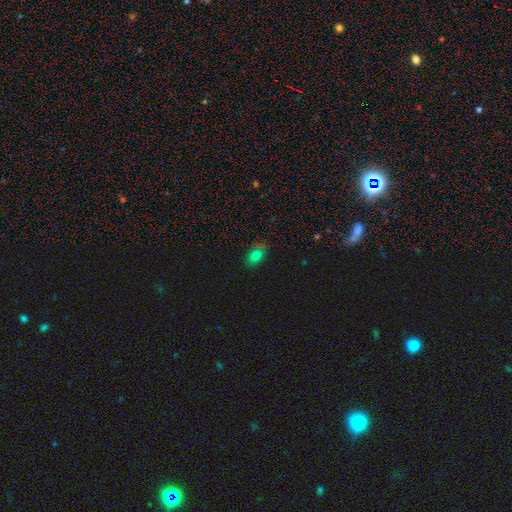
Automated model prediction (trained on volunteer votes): This appears to be a smooth galaxy with no disk features (71%) that is in between round and cigar-shaped (81%). Merging: none (75%).